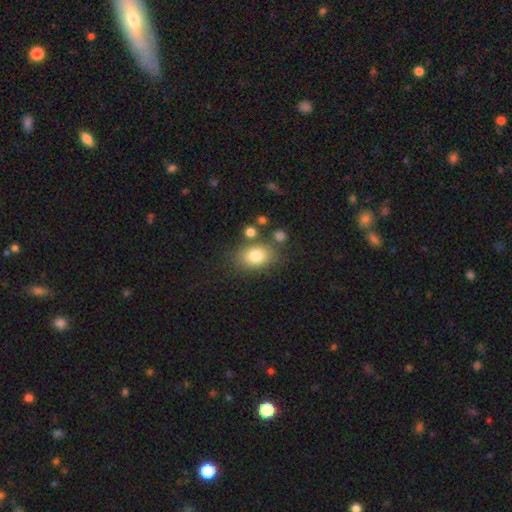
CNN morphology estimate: This appears to be a smooth galaxy with no disk features (80%) that is in between round and cigar-shaped (67%). Merging: none (71%).